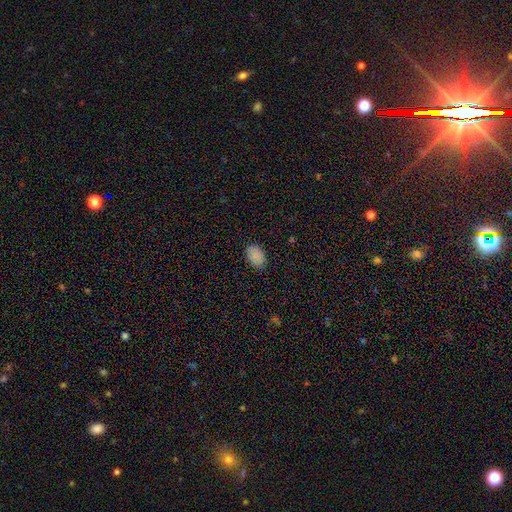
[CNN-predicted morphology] A smooth galaxy with no disk features (88%) that is in between round and cigar-shaped (88%).

Vote fractions:
- Smooth or featured? smooth: 88% / star or artifact: 9% / featured or disk: 3%
- How rounded? in between: 88% / round: 11% / cigar-shaped: 1%
- Merging? none: 85% / minor disturbance: 12% / major disturbance: 3% / merger: 1%